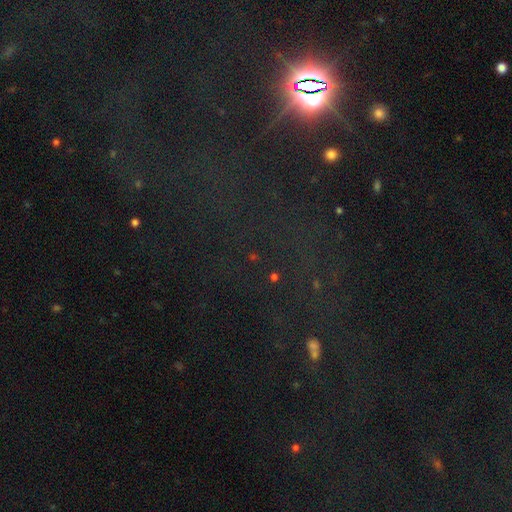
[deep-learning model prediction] Smooth or featured?
  - star or artifact: 76% *
  - smooth: 13%
  - featured or disk: 11%